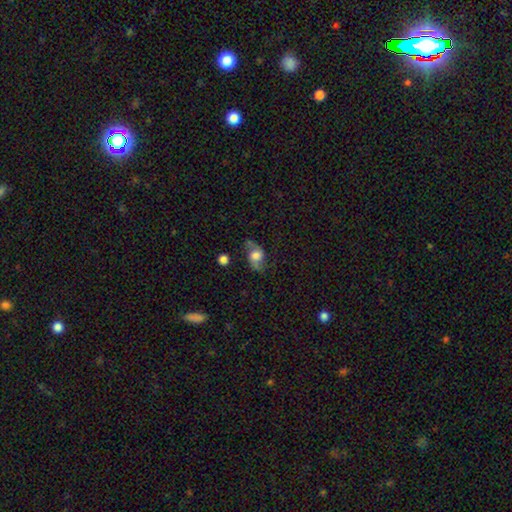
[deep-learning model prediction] Overall: featured or disk (58%; smooth 33%). Edge-on disk: no (93%). Bar: no (66%; weak 28%). Spiral arms: yes (87%). Bulge size: large (47%; moderate 33%). Merging: none (65%).